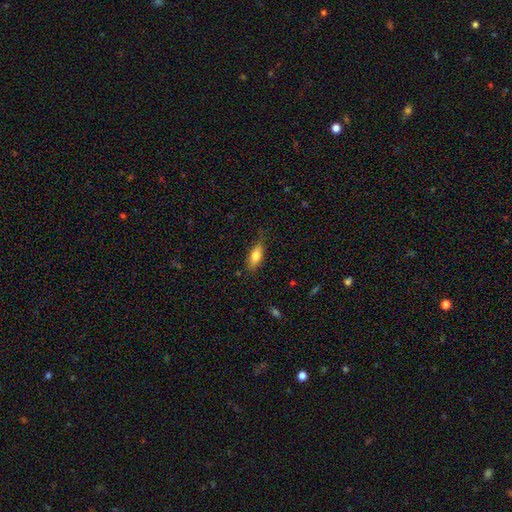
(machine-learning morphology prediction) Smooth or featured?
  - smooth: 76% *
  - featured or disk: 17%
  - star or artifact: 7%
How rounded?
  - in between: 75% *
  - cigar-shaped: 22%
  - round: 3%
Merging?
  - none: 74% *
  - minor disturbance: 21%
  - major disturbance: 4%
  - merger: 1%